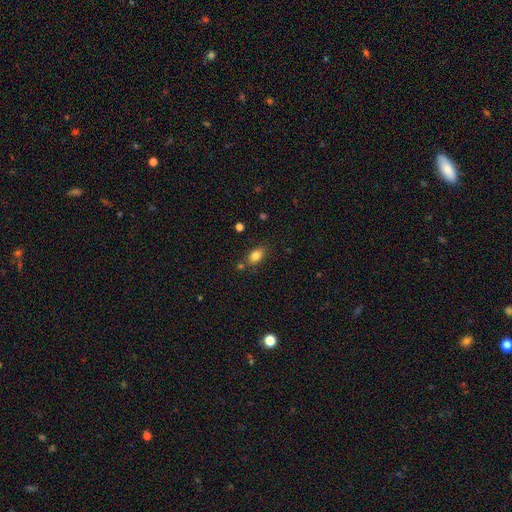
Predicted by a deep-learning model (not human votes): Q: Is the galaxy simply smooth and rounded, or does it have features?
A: smooth — 83%.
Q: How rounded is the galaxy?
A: in between — 84%.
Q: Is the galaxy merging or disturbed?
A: none — 75%.